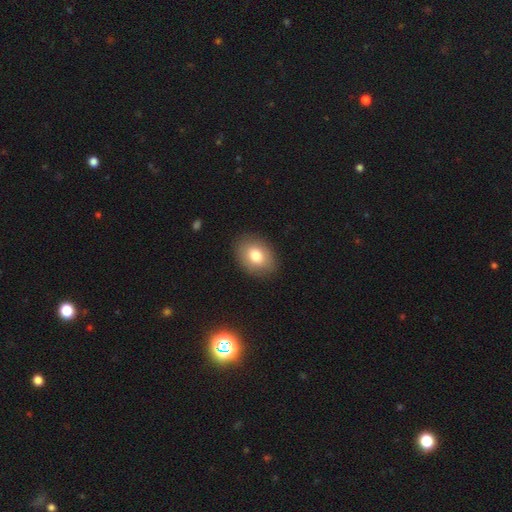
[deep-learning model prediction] smooth_or_featured: smooth (p=0.79) [alt: featured or disk p=0.13]
how_rounded: in between (p=0.75) [alt: round p=0.24]
merging: none (p=0.88) [alt: minor disturbance p=0.09]